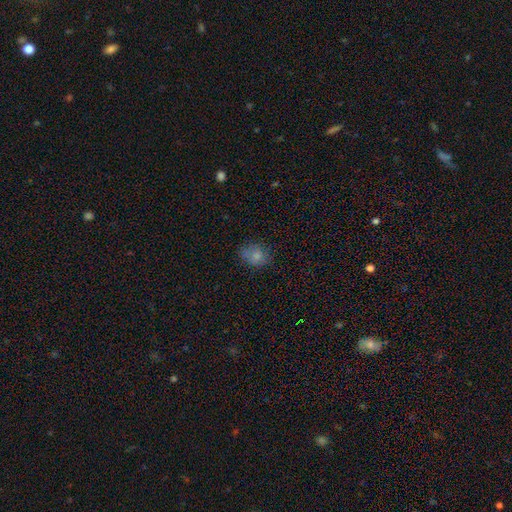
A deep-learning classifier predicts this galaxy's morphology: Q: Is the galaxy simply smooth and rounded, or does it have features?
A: smooth — 77%.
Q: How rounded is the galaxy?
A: in between — 52%.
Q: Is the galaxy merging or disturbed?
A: none — 65%.